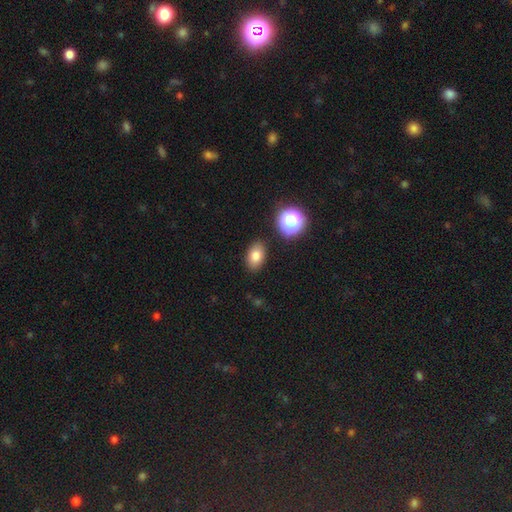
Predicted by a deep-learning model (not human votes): smooth 79%, star or artifact 12%, featured or disk 9%. Down the decision tree: how rounded — in between (84%); merging — none (87%).